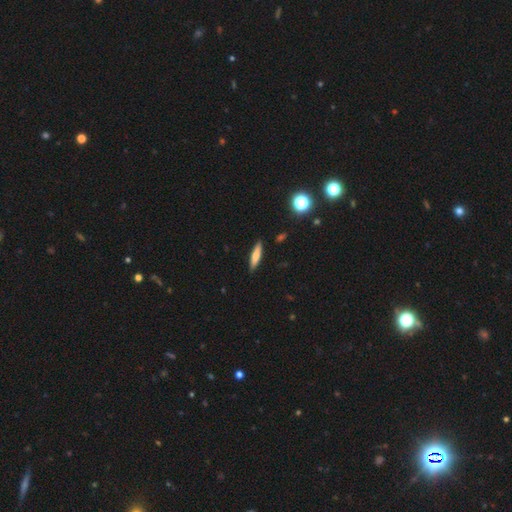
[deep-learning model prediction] smooth_or_featured: smooth (p=0.66) [alt: featured or disk p=0.27]
how_rounded: cigar-shaped (p=0.80) [alt: in between p=0.18]
merging: none (p=0.89) [alt: minor disturbance p=0.08]